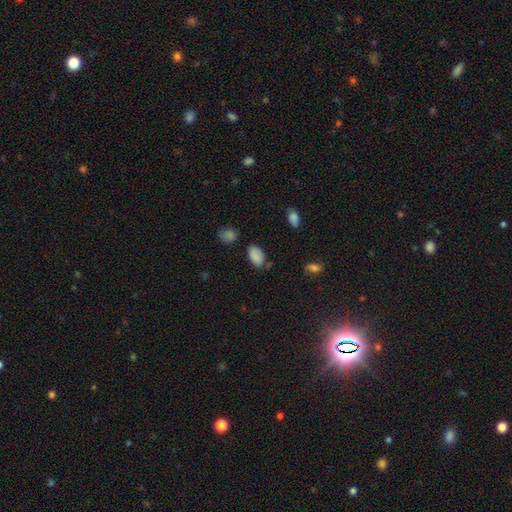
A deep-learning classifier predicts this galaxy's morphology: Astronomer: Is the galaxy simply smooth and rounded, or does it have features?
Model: smooth — 85%.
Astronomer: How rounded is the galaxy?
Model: in between — 93%.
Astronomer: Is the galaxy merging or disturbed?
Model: none — 74%.